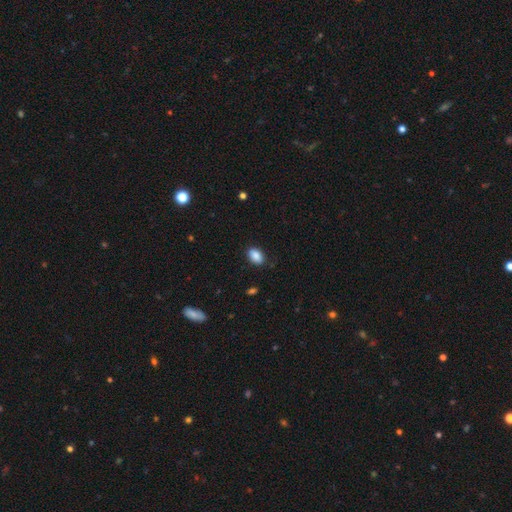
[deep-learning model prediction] Smooth or featured: smooth — 88% (star or artifact — 8%)
How rounded: in between — 84% (round — 15%)
Merging: none — 84% (minor disturbance — 12%)